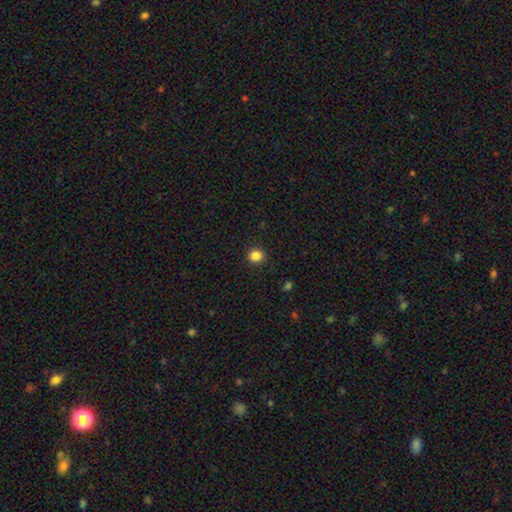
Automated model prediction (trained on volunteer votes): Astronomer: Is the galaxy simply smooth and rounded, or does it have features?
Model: smooth — 85%.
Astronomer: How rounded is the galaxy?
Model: round — 86%.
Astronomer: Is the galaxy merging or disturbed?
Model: none — 90%.